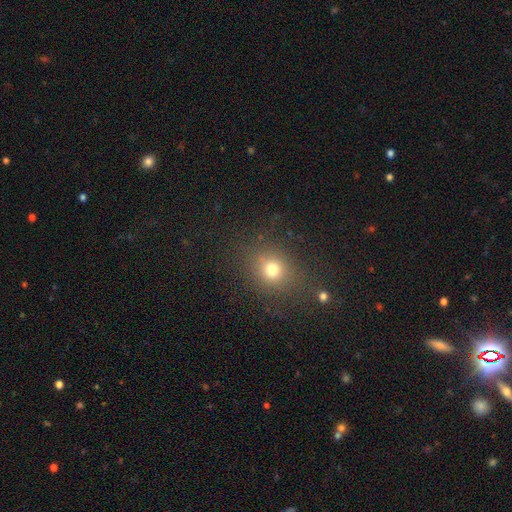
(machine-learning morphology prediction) Smooth or featured? smooth (62%)
How rounded? round (71%)
Merging? none (86%)